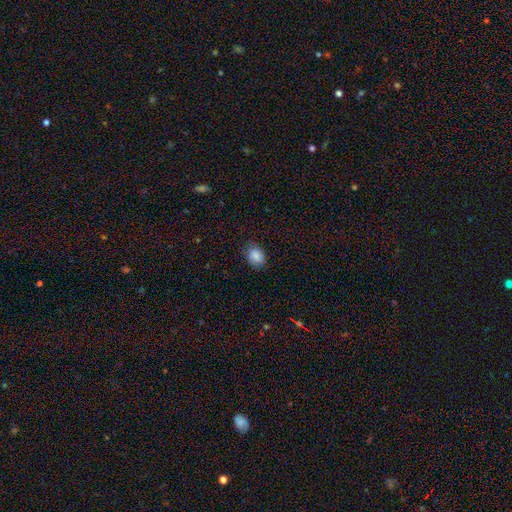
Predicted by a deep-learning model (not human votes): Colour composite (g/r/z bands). It shows a smooth galaxy with no disk features (81%) that is in between round and cigar-shaped (60%). Merging: none (77%).